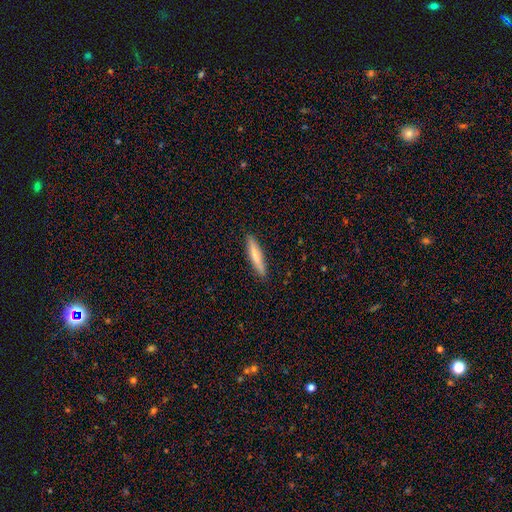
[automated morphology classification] A smooth galaxy with no disk features (72%) that is cigar-shaped (91%).

Vote fractions:
- Smooth or featured? smooth: 72% / featured or disk: 22% / star or artifact: 6%
- How rounded? cigar-shaped: 91% / in between: 8% / round: 1%
- Merging? none: 90% / minor disturbance: 7% / major disturbance: 2% / merger: 1%